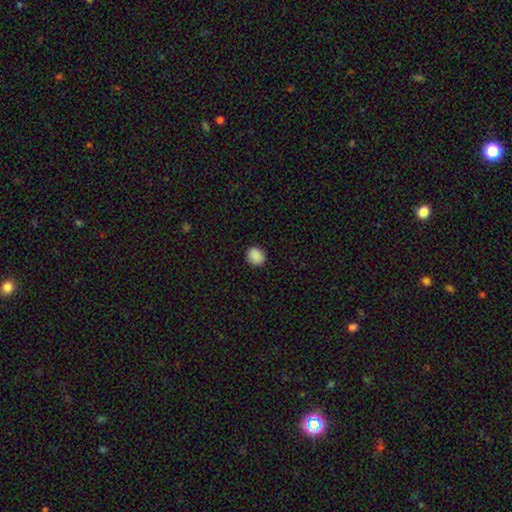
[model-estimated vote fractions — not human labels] This is clearly a smooth galaxy (89%). How rounded: likely round (77%). Merging: clearly none (90%).